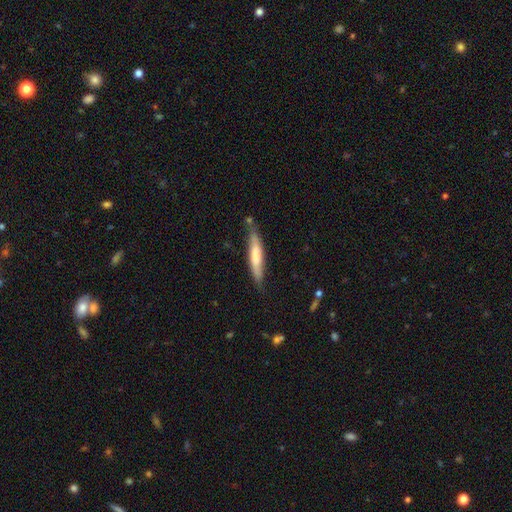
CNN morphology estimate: A smooth galaxy with no disk features (63%) that is cigar-shaped (90%).

Vote fractions:
- Smooth or featured? smooth: 63% / featured or disk: 31% / star or artifact: 5%
- How rounded? cigar-shaped: 90% / in between: 9% / round: 1%
- Merging? none: 71% / minor disturbance: 21% / merger: 4% / major disturbance: 4%